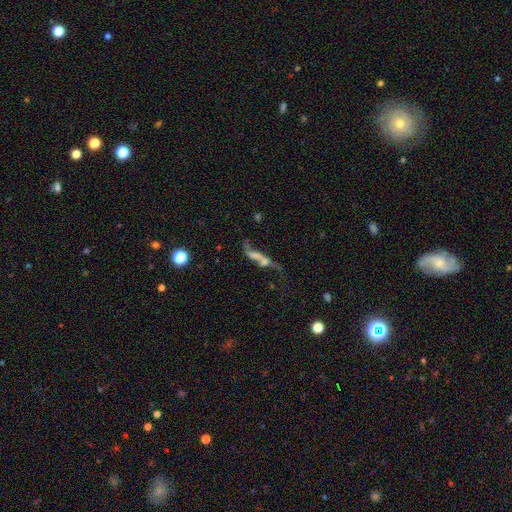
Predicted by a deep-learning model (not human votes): Overall: featured or disk (53%; smooth 29%). Edge-on disk: no (69%; yes 31%). Merging: merger (33%; major disturbance 28%).